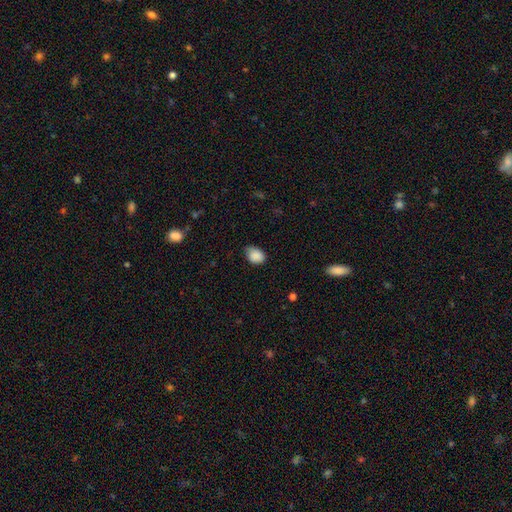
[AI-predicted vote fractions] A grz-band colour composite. It shows a smooth galaxy with no disk features (89%) that is in between round and cigar-shaped (69%). Merging: none (67%).